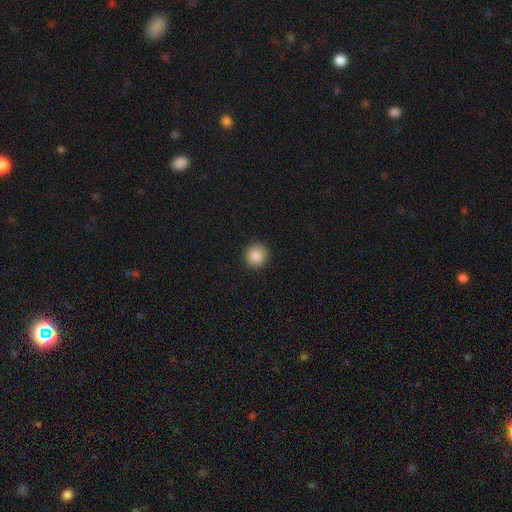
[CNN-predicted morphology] smooth 86%, star or artifact 9%, featured or disk 5%. Down the decision tree: how rounded — round (92%); merging — none (91%).